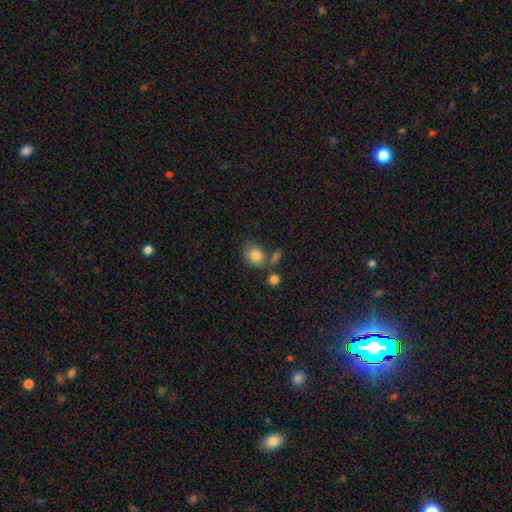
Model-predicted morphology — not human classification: This is clearly a smooth galaxy (82%). How rounded: possibly round (55%). Merging: possibly none (56%).